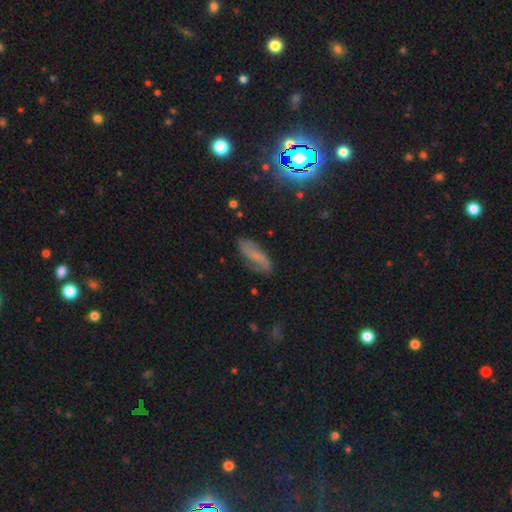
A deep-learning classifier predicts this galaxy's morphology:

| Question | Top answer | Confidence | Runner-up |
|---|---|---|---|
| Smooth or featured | featured or disk | 60% | smooth (26%) |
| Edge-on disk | no | 88% | yes (12%) |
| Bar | no | 38% | tied: weak (38%) |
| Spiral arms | yes | 89% | no (11%) |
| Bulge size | none | 44% | small (36%) |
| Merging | none | 71% | minor disturbance (19%) |